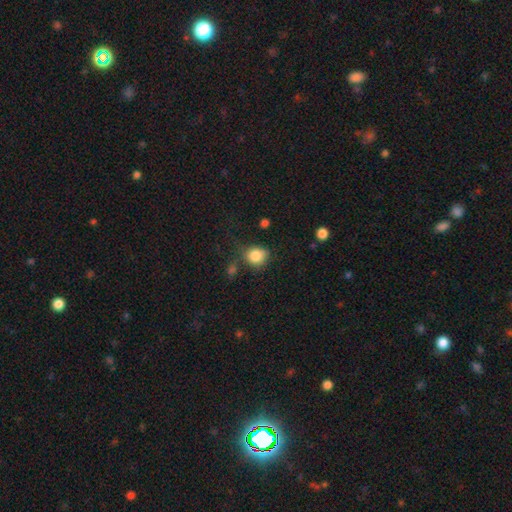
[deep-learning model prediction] A smooth galaxy with no disk features (84%) that is round (74%).

Vote fractions:
- Smooth or featured? smooth: 84% / star or artifact: 10% / featured or disk: 6%
- How rounded? round: 74% / in between: 25% / cigar-shaped: 1%
- Merging? none: 68% / minor disturbance: 20% / major disturbance: 6% / merger: 6%